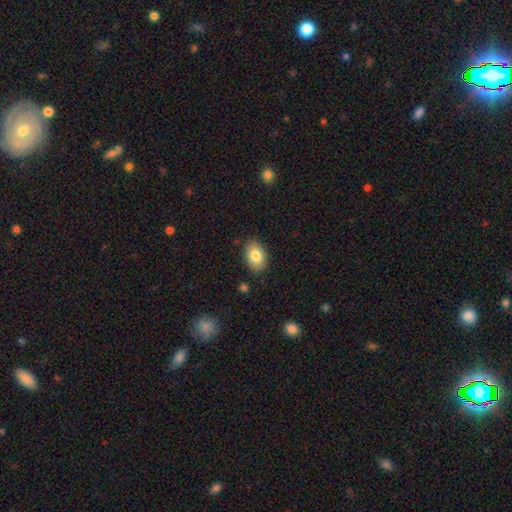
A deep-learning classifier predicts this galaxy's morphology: This appears to be a smooth galaxy with no disk features (83%) that is in between round and cigar-shaped (84%). Merging: none (86%).